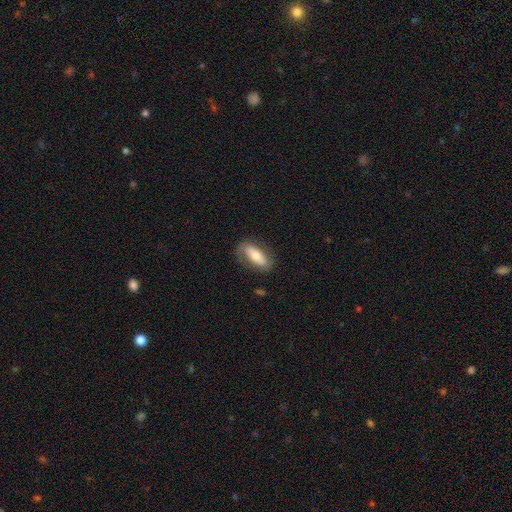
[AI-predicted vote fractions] A smooth galaxy with no disk features (55%) that is in between round and cigar-shaped (78%). Merging: none (76%).